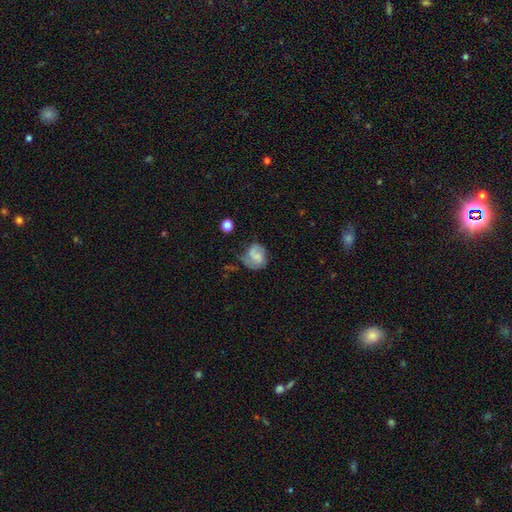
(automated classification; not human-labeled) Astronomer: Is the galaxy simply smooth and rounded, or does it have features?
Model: smooth — 51% (runner-up: featured or disk, 39%).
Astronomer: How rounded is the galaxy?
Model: round — 63%.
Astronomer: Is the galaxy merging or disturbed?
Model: none — 40% (runner-up: minor disturbance, 30%).